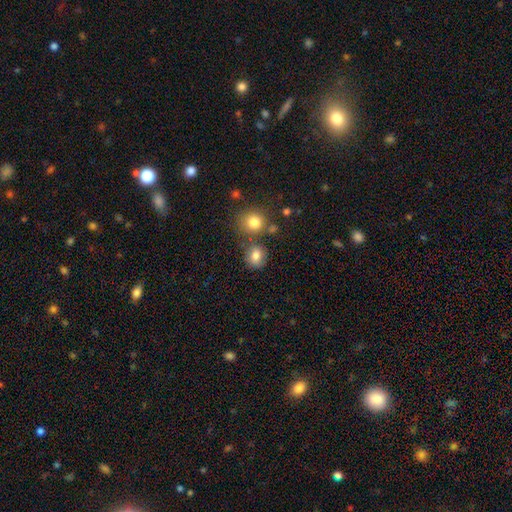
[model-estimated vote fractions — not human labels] Smooth or featured? smooth (81%)
How rounded? round (72%)
Merging? none (72%)